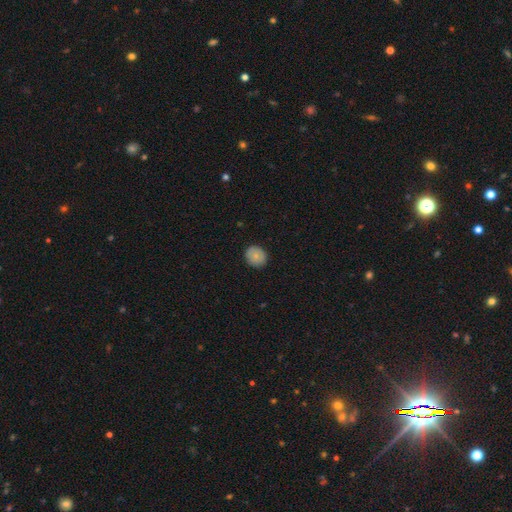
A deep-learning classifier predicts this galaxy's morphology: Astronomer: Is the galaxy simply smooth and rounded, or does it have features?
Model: smooth — 78%.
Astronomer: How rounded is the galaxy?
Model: round — 86%.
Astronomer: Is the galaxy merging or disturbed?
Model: none — 88%.